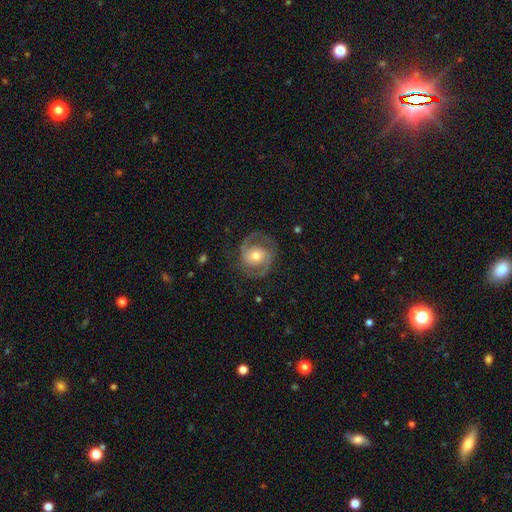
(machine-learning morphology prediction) featured or disk 87%, smooth 8%, star or artifact 5%. Down the decision tree: edge-on disk — no (98%); bar — no (55%); spiral arms — yes (97%); spiral arm count — 2 (91%); spiral winding — medium (55%); bulge size — moderate (68%); merging — none (80%).